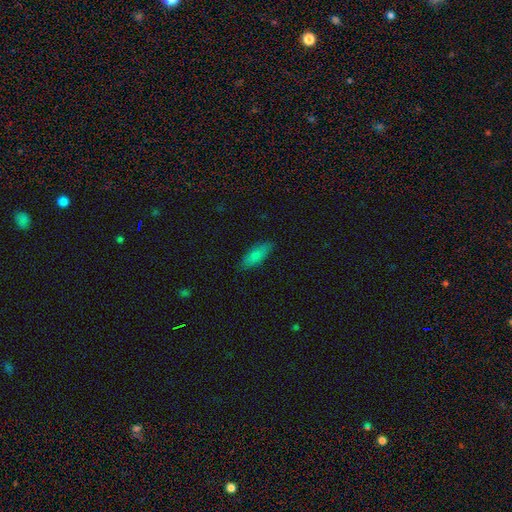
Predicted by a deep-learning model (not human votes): This is clearly a smooth galaxy (82%). How rounded: likely in between (74%). Merging: clearly none (84%).